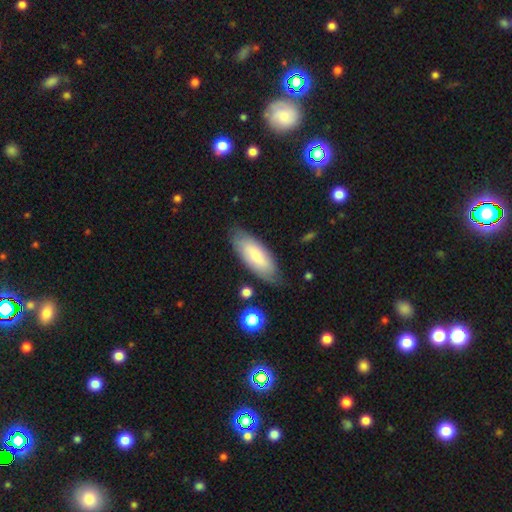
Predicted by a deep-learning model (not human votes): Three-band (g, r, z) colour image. It shows a smooth galaxy with no disk features (68%) that is in between round and cigar-shaped (77%). Merging: none (75%).